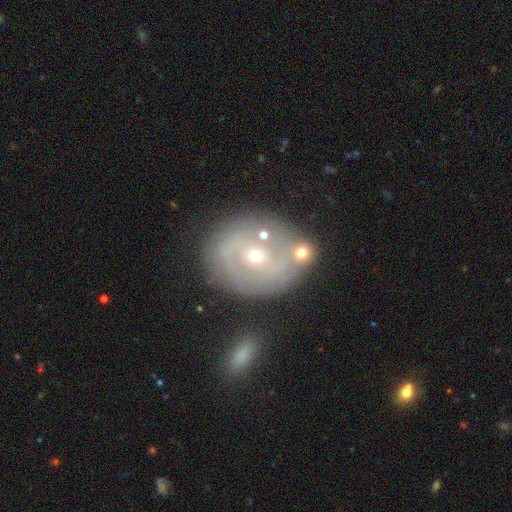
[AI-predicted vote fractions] This is likely a featured or disk galaxy (72%). It is clearly not viewed edge-on (96%). Bar: possibly no (58%). Spiral arm pattern: likely yes (72%). Spiral arm count: possibly 2 (52%). Spiral winding: possibly tight (53%). Central bulge: likely small (64%). Merging: likely none (68%).